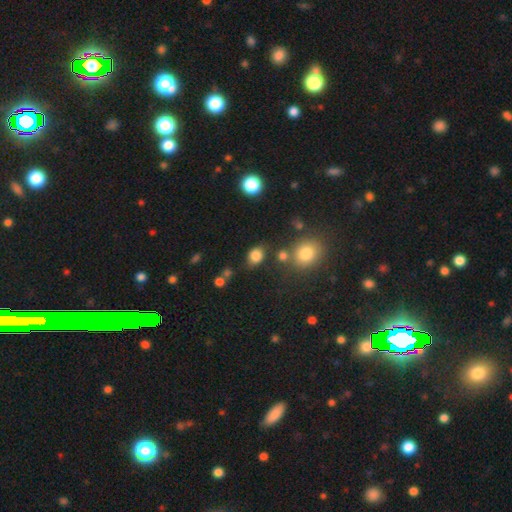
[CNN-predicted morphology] Q: Smooth or featured?
A: smooth (81%); runner-up: star or artifact (13%)
Q: How rounded?
A: in between (57%); runner-up: round (42%)
Q: Merging?
A: none (70%); runner-up: minor disturbance (16%)